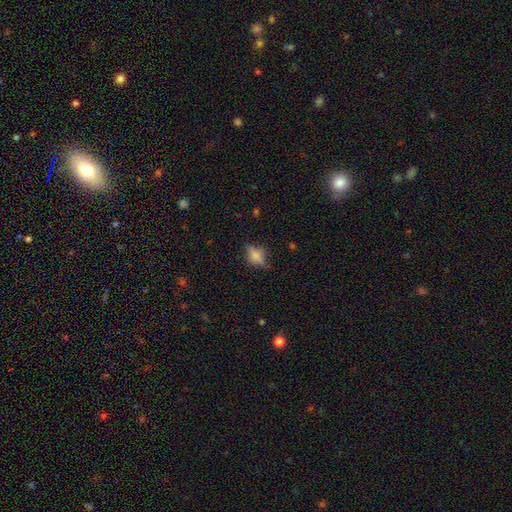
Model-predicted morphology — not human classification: smooth 53%, featured or disk 33%, star or artifact 13%. Down the decision tree: how rounded — in between (66%); merging — none (68%).